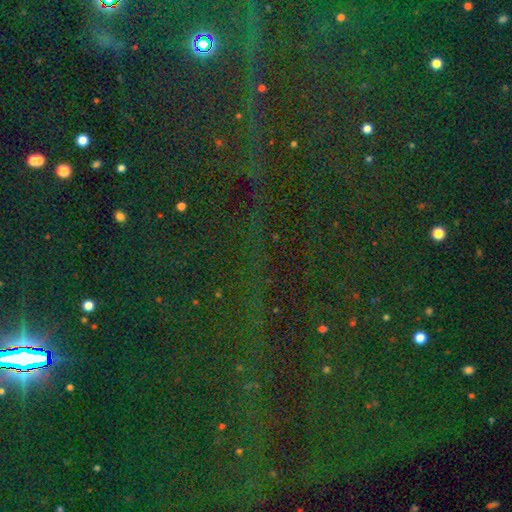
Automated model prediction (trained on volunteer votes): Morphology: type=star or artifact (81%).